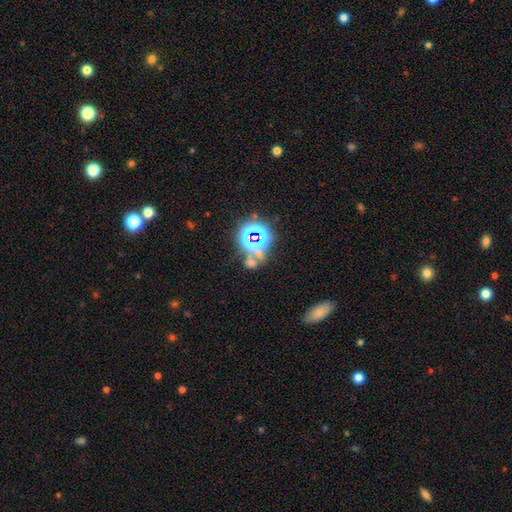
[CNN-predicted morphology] smooth-or-featured: star or artifact: 64% | smooth: 26% | featured or disk: 11%